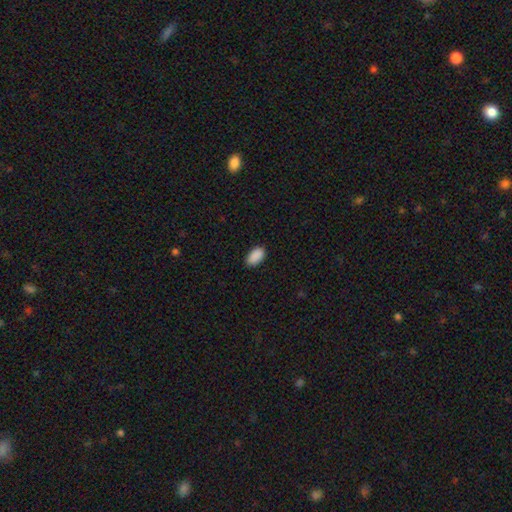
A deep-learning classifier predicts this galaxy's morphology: Overall: smooth (91%). How rounded: in between (95%). Merging: none (88%).